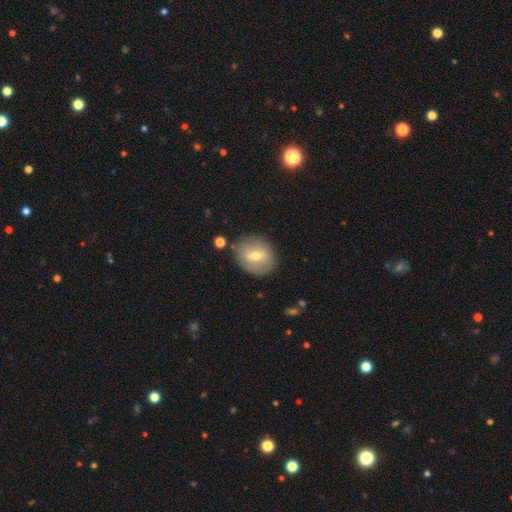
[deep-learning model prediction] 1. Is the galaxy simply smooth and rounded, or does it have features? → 53% smooth, 40% featured or disk, 7% star or artifact.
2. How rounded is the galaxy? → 63% round, 36% in between, 1% cigar-shaped.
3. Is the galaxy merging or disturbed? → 79% none, 14% minor disturbance, 4% major disturbance, 3% merger.